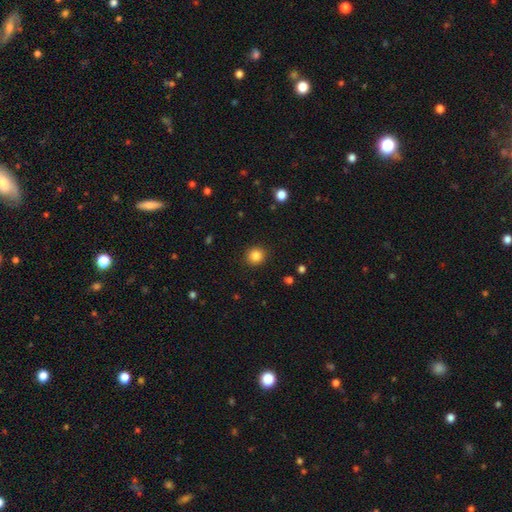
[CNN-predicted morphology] type=smooth (84%); roundness=round (90%); merging=none (91%).